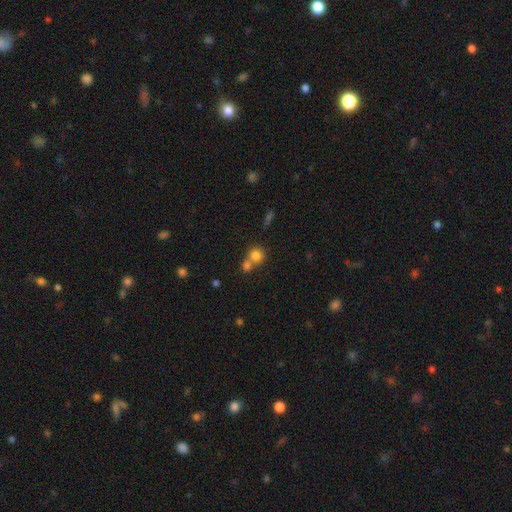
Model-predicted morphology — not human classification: The model was most divided on "merging": none: 46%, merger: 44%, minor disturbance: 7%, major disturbance: 3%. More confident: how rounded — round (87%); smooth or featured — smooth (79%).